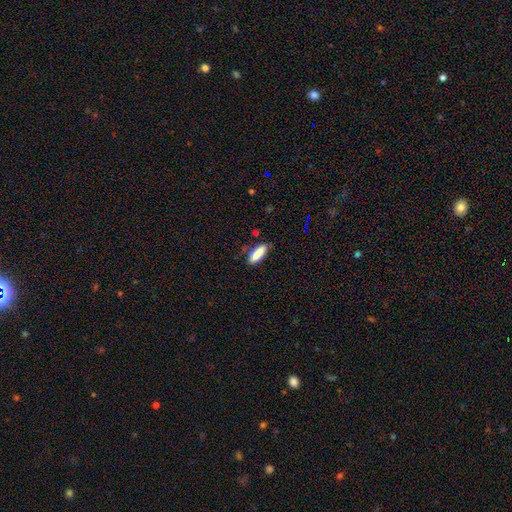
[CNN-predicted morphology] A smooth galaxy with no disk features (85%) that is cigar-shaped (51%). Merging: none (78%).